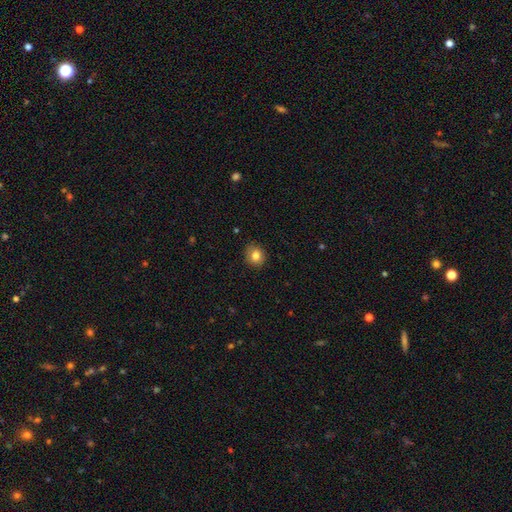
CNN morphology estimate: type=smooth (82%); roundness=round (80%); merging=none (87%).